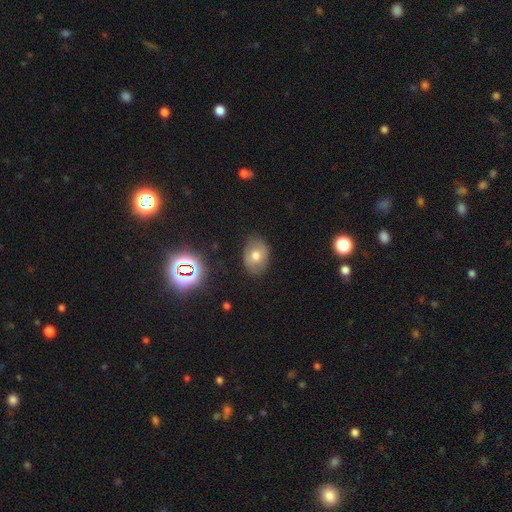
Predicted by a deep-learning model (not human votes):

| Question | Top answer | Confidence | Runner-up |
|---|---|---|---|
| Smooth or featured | smooth | 66% | featured or disk (21%) |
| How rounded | in between | 68% | round (31%) |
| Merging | none | 81% | minor disturbance (14%) |